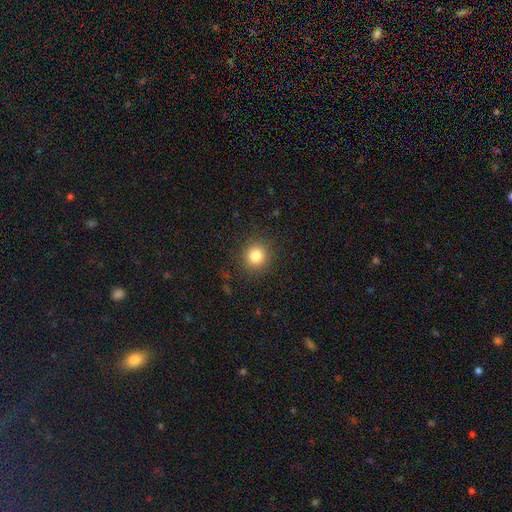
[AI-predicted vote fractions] Q: Smooth or featured?
A: smooth (82%); runner-up: star or artifact (12%)
Q: How rounded?
A: round (91%); runner-up: in between (8%)
Q: Merging?
A: none (89%); runner-up: minor disturbance (7%)